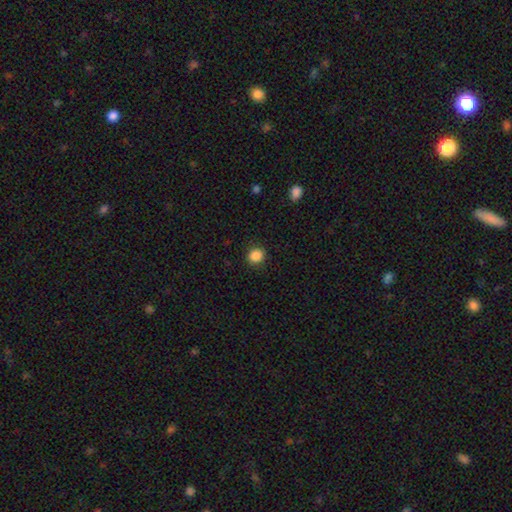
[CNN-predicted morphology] type=smooth (87%); roundness=round (84%); merging=none (90%).